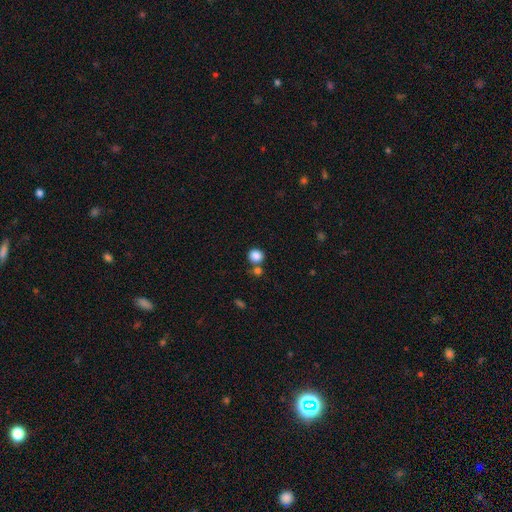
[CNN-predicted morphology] The model was most divided on "merging": none: 67%, merger: 20%, minor disturbance: 9%, major disturbance: 4%. More confident: how rounded — round (87%); smooth or featured — smooth (86%).